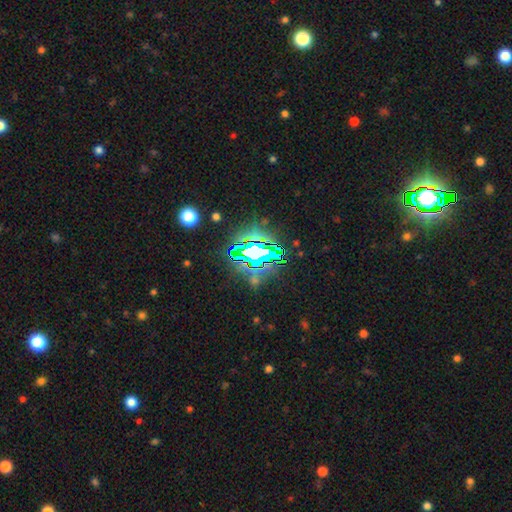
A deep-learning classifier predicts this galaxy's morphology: smooth-or-featured: star or artifact: 77% | smooth: 12% | featured or disk: 11%